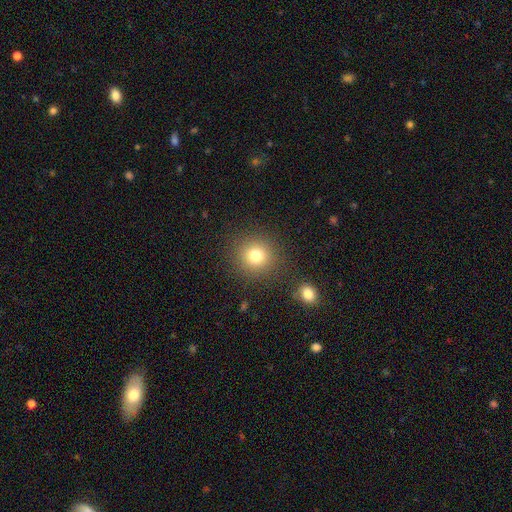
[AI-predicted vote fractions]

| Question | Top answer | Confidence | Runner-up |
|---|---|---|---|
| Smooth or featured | smooth | 79% | star or artifact (13%) |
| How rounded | round | 92% | in between (7%) |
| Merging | none | 87% | minor disturbance (7%) |